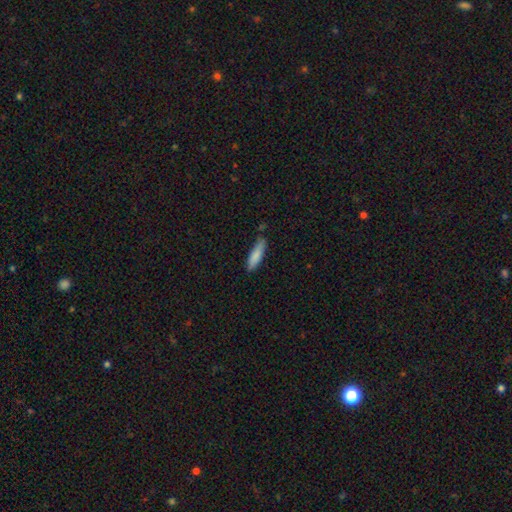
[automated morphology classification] The model was most divided on "how rounded": cigar-shaped: 68%, in between: 30%, round: 1%. More confident: smooth or featured — smooth (84%); merging — none (75%).